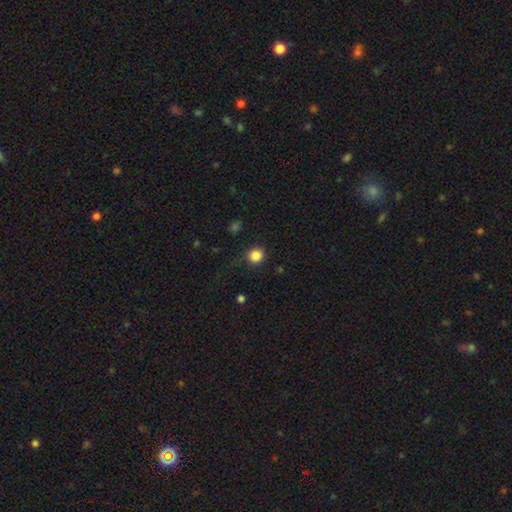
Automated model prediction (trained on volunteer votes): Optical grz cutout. It shows a smooth galaxy with no disk features (86%) that is round (89%). Merging: none (81%).